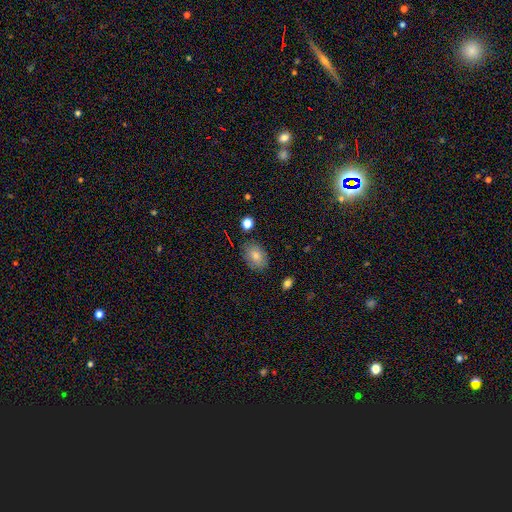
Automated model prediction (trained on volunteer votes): smooth-or-featured: smooth: 73% | star or artifact: 14% | featured or disk: 13%
  how-rounded: in between: 76% | round: 22% | cigar-shaped: 1%
  merging: none: 82% | minor disturbance: 13% | major disturbance: 3% | merger: 2%